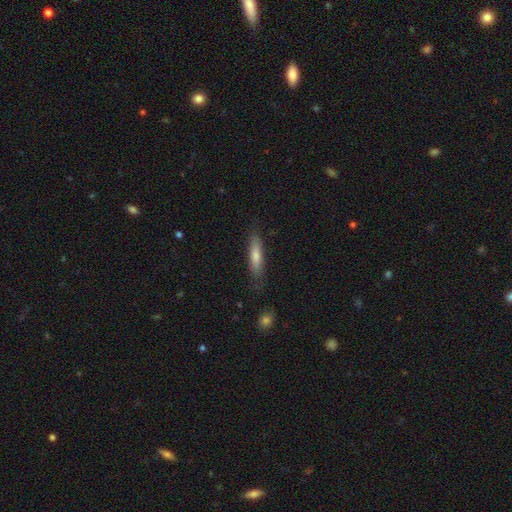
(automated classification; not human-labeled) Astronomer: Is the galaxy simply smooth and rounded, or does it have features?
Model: smooth — 65%.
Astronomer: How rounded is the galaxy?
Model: cigar-shaped — 84%.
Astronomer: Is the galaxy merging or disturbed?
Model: none — 81%.